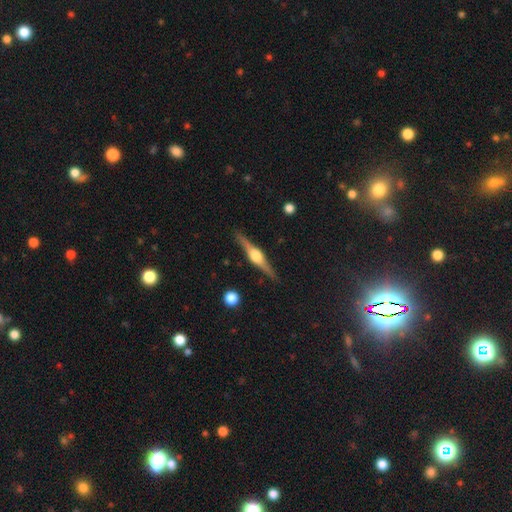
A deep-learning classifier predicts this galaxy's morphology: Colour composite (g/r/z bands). It shows a featured or disk galaxy (83%) viewed edge-on (98%) with a rounded central bulge (92%). Merging: none (90%).